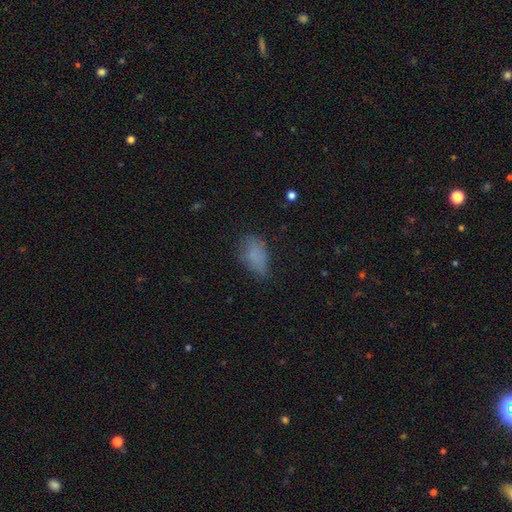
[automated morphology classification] Smooth or featured?
  - smooth: 74% *
  - featured or disk: 13%
  - star or artifact: 13%
How rounded?
  - in between: 89% *
  - round: 7%
  - cigar-shaped: 4%
Merging?
  - none: 52% *
  - minor disturbance: 31%
  - major disturbance: 15%
  - merger: 2%